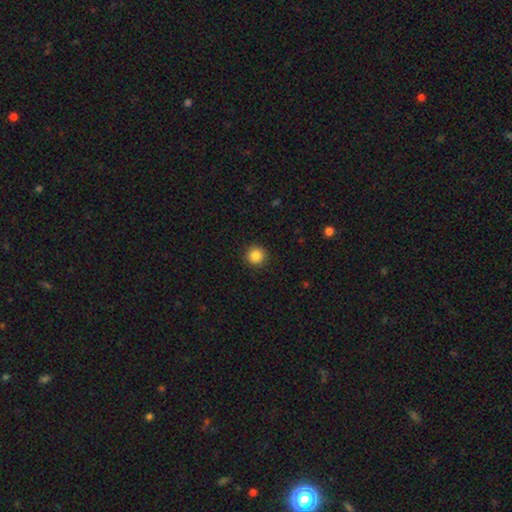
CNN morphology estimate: The model was most divided on "smooth or featured": smooth: 86%, star or artifact: 10%, featured or disk: 4%. More confident: how rounded — round (95%); merging — none (92%).